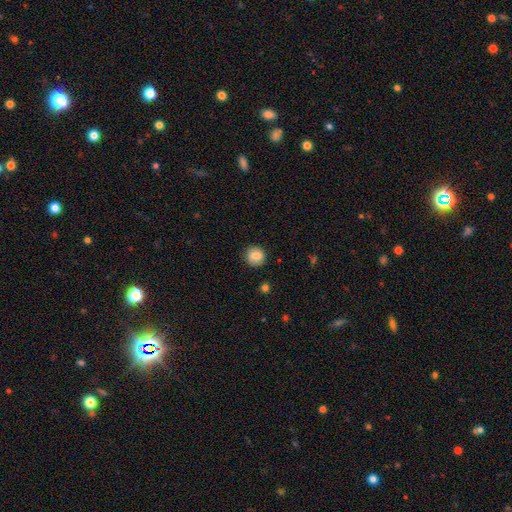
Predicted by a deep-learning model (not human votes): smooth 80%, featured or disk 12%, star or artifact 9%. Down the decision tree: how rounded — round (86%); merging — none (86%).